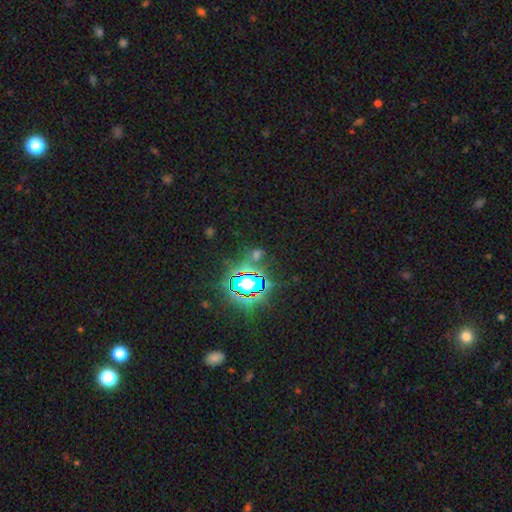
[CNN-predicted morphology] smooth_or_featured: star or artifact (p=0.64) [alt: smooth p=0.27]